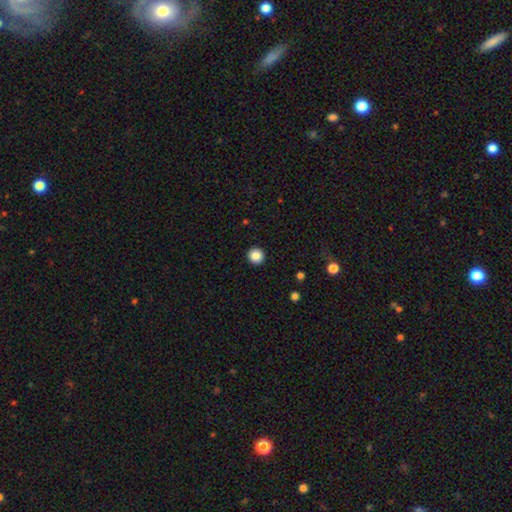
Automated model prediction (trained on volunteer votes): Smooth or featured?
  - smooth: 86% *
  - star or artifact: 10%
  - featured or disk: 5%
How rounded?
  - round: 95% *
  - in between: 4%
  - cigar-shaped: 1%
Merging?
  - none: 94% *
  - minor disturbance: 4%
  - major disturbance: 1%
  - merger: 1%